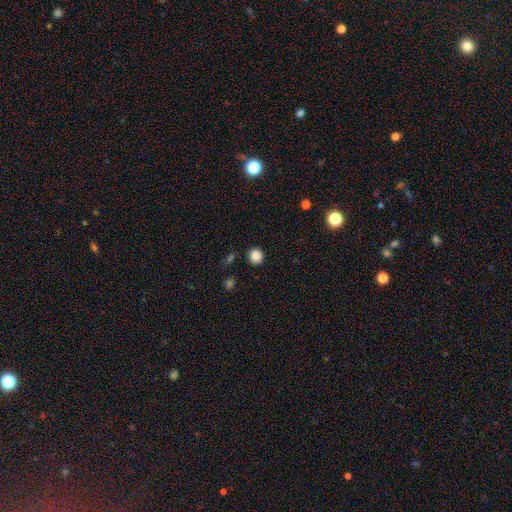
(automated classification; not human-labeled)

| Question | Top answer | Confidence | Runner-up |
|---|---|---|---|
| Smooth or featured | smooth | 86% | star or artifact (10%) |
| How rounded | round | 92% | in between (7%) |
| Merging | none | 90% | minor disturbance (6%) |